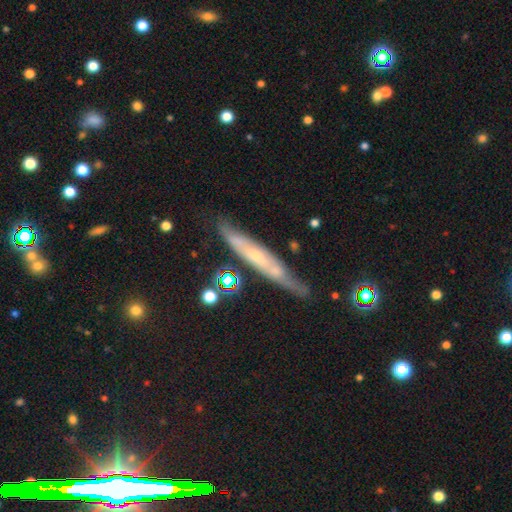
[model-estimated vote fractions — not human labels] This appears to be a featured or disk galaxy (64%) viewed edge-on (73%). Merging: none (70%).